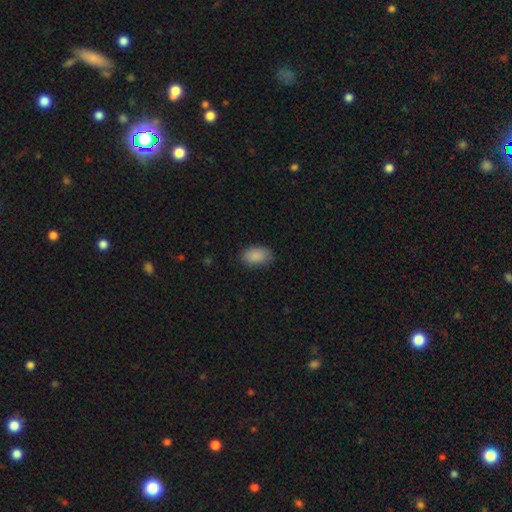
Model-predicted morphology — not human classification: smooth-or-featured: smooth: 89% | star or artifact: 7% | featured or disk: 4%
  how-rounded: in between: 91% | round: 7% | cigar-shaped: 2%
  merging: none: 82% | minor disturbance: 14% | major disturbance: 3% | merger: 1%